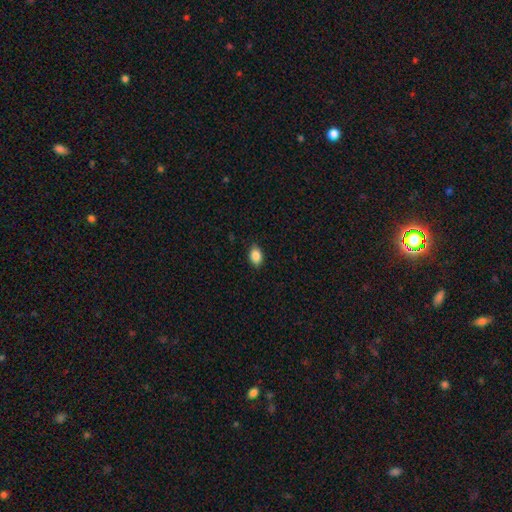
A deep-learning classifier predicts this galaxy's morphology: smooth 88%, star or artifact 8%, featured or disk 4%. Down the decision tree: how rounded — in between (84%); merging — none (87%).